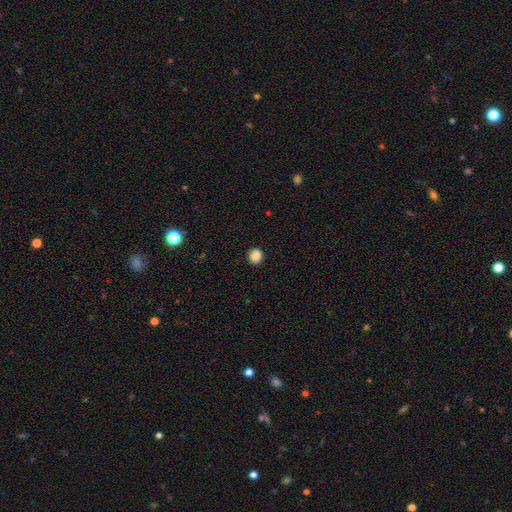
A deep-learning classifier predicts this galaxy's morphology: Smooth or featured?
  - smooth: 87% *
  - star or artifact: 10%
  - featured or disk: 3%
How rounded?
  - round: 88% *
  - in between: 11%
  - cigar-shaped: 1%
Merging?
  - none: 92% *
  - minor disturbance: 5%
  - major disturbance: 2%
  - merger: 1%